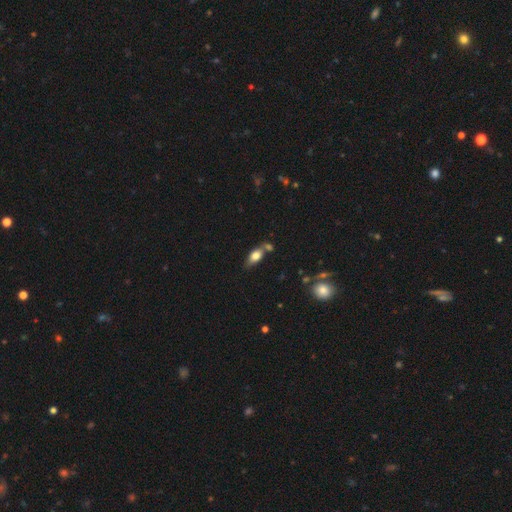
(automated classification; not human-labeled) Smooth or featured? smooth (72%)
How rounded? in between (82%)
Merging? none (52%)